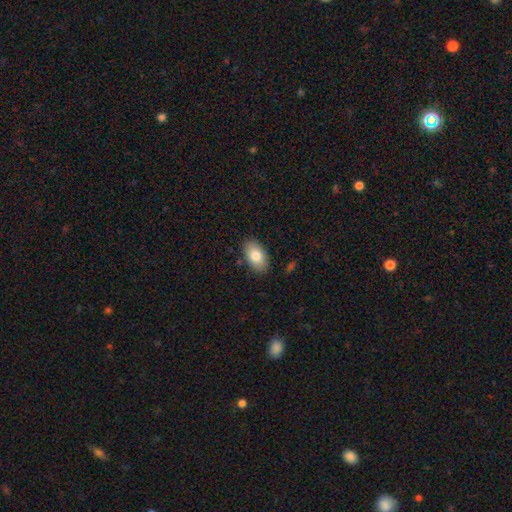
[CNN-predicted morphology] The model was most divided on "smooth or featured": smooth: 79%, featured or disk: 14%, star or artifact: 7%. More confident: how rounded — in between (93%); merging — none (86%).